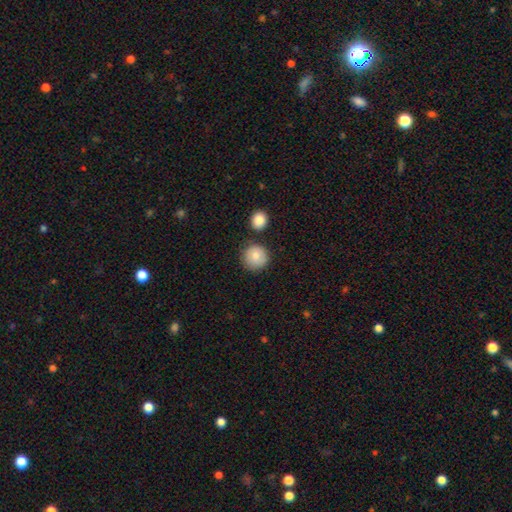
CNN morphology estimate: This appears to be a smooth galaxy with no disk features (85%) that is round (93%). Merging: none (81%).